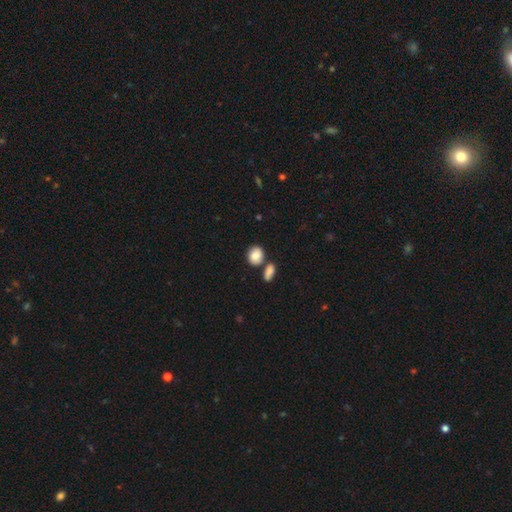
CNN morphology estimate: Smooth or featured?
  - smooth: 85% *
  - star or artifact: 7%
  - featured or disk: 7%
How rounded?
  - round: 56% *
  - in between: 42%
  - cigar-shaped: 2%
Merging?
  - none: 61% *
  - merger: 23%
  - minor disturbance: 13%
  - major disturbance: 4%